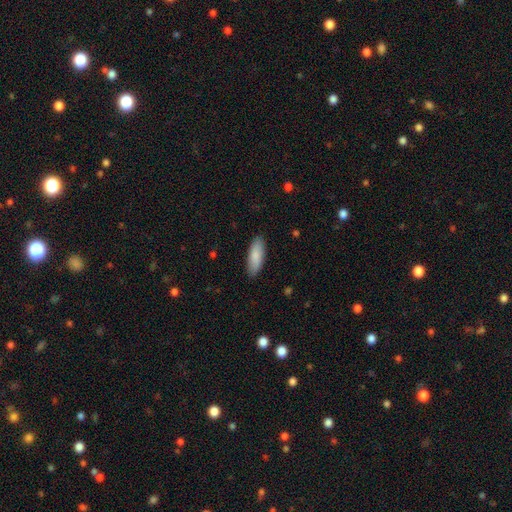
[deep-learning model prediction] smooth_or_featured: smooth (p=0.87) [alt: featured or disk p=0.08]
how_rounded: in between (p=0.64) [alt: cigar-shaped p=0.35]
merging: none (p=0.88) [alt: minor disturbance p=0.09]